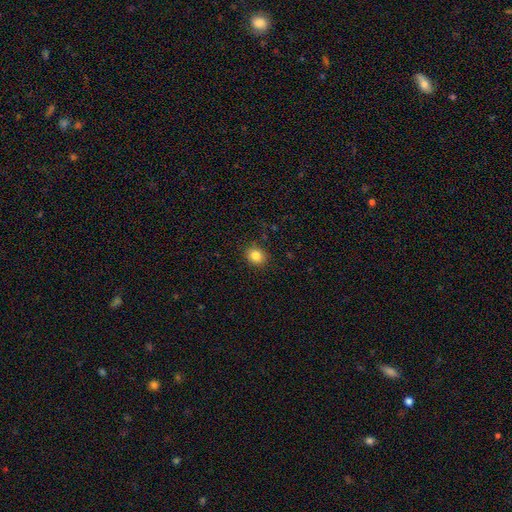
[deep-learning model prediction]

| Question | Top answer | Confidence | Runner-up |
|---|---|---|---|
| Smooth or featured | smooth | 84% | star or artifact (10%) |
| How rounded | round | 65% | in between (34%) |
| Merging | none | 88% | minor disturbance (9%) |